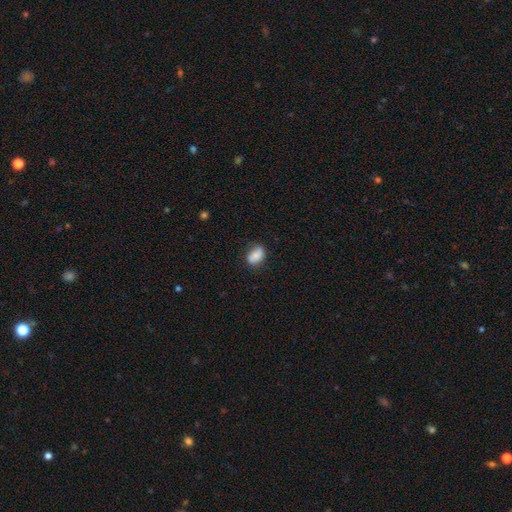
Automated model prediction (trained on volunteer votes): A smooth galaxy with no disk features (81%) that is in between round and cigar-shaped (79%).

Vote fractions:
- Smooth or featured? smooth: 81% / featured or disk: 10% / star or artifact: 8%
- How rounded? in between: 79% / round: 20% / cigar-shaped: 2%
- Merging? none: 66% / minor disturbance: 25% / major disturbance: 6% / merger: 3%